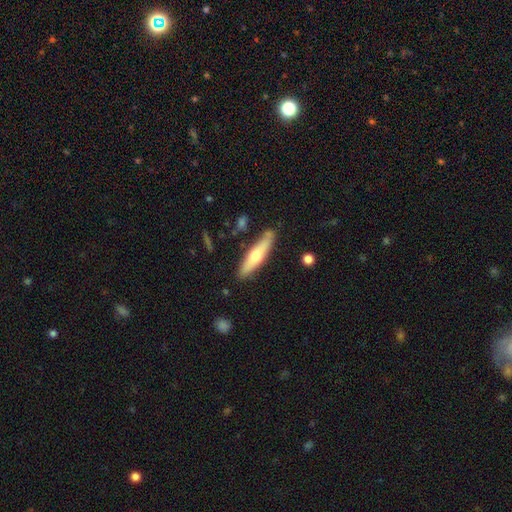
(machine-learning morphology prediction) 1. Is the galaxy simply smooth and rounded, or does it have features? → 54% smooth, 40% featured or disk, 6% star or artifact.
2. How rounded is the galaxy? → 76% cigar-shaped, 22% in between, 2% round.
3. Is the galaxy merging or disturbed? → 82% none, 12% minor disturbance, 3% merger, 2% major disturbance.